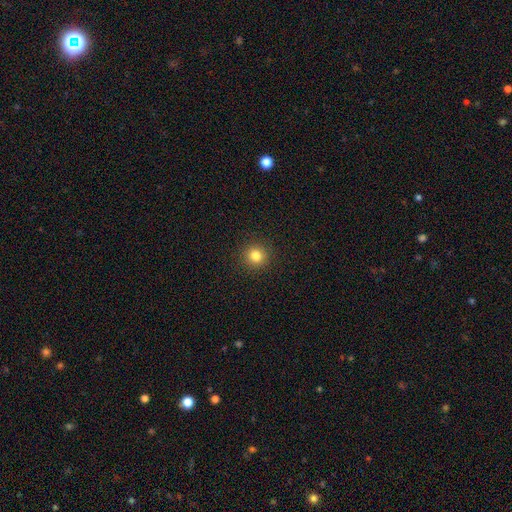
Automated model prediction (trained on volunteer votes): Smooth or featured? Predicted: smooth (p=0.82). How rounded? Predicted: round (p=0.94). Merging? Predicted: none (p=0.92).